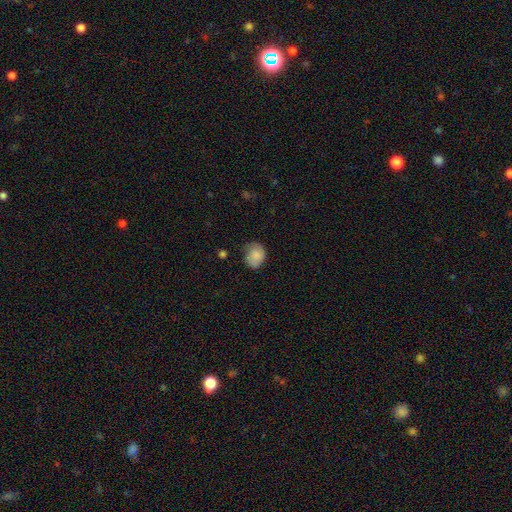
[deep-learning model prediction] Overall: smooth (81%). How rounded: round (52%; in between 47%). Merging: none (58%; minor disturbance 31%).